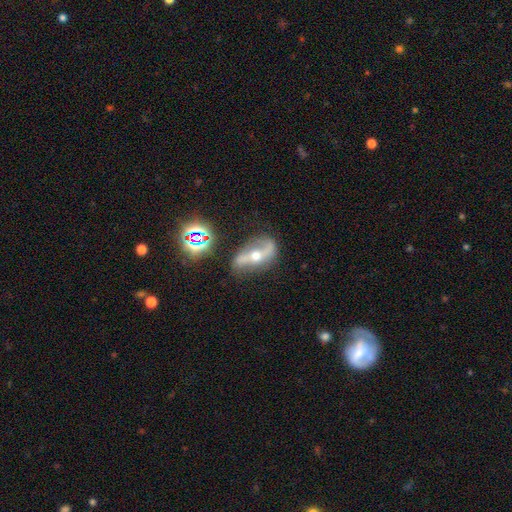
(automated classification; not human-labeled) A featured or disk galaxy (77%) with a strong bar (50%), 2 (87%) loose (71%) spiral arms (82%) and a moderate central bulge (67%). Merging: none (69%).